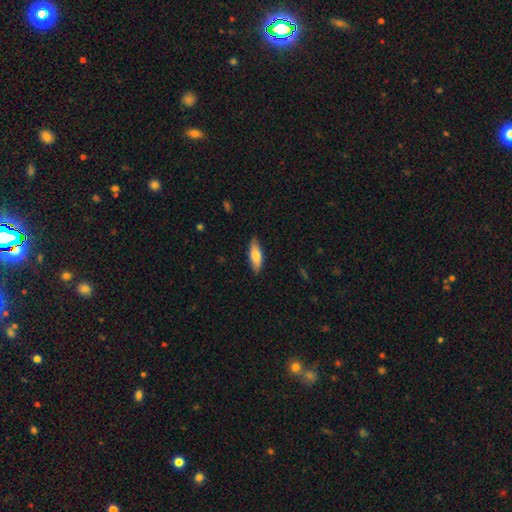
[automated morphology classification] smooth 77%, featured or disk 18%, star or artifact 6%. Down the decision tree: how rounded — in between (65%); merging — none (84%).